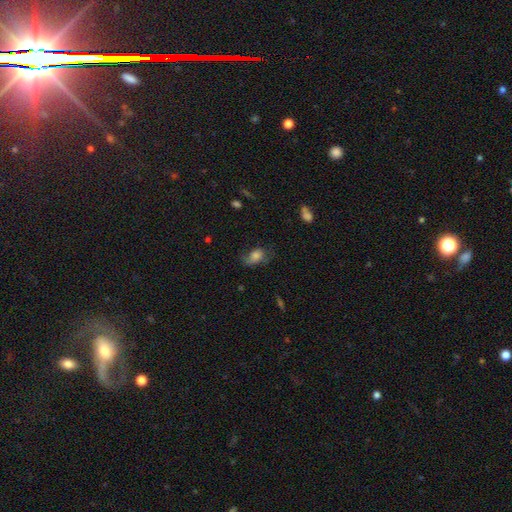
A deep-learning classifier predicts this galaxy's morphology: Smooth or featured? Predicted: smooth (p=0.67). How rounded? Predicted: in between (p=0.81). Merging? Predicted: none (p=0.47).